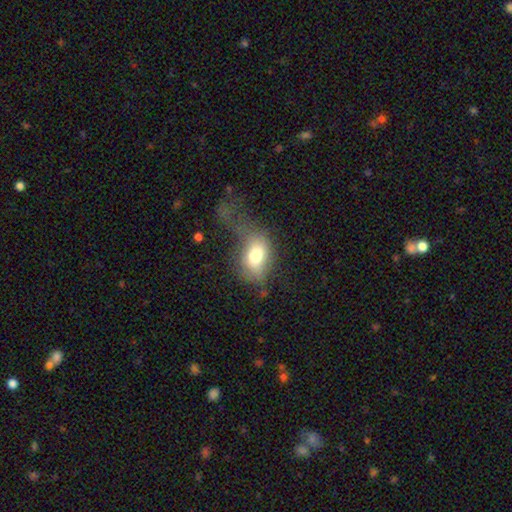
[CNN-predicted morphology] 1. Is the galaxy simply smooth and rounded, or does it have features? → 72% smooth, 19% featured or disk, 9% star or artifact.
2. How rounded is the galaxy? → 78% in between, 20% round, 2% cigar-shaped.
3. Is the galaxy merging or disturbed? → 45% major disturbance, 26% none, 23% minor disturbance, 5% merger.